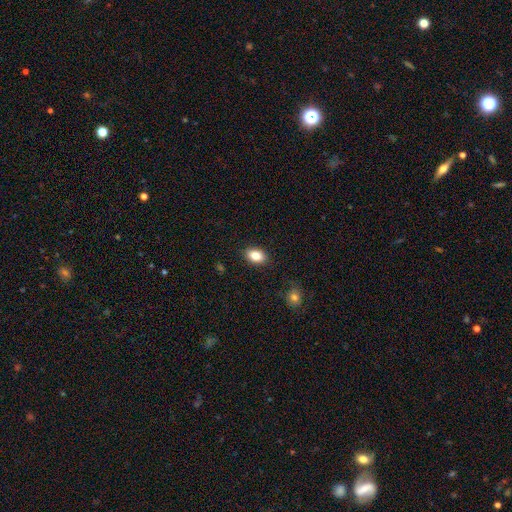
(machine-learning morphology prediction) smooth-or-featured: smooth: 83% | star or artifact: 9% | featured or disk: 9%
  how-rounded: in between: 82% | round: 17% | cigar-shaped: 1%
  merging: none: 88% | minor disturbance: 9% | major disturbance: 2% | merger: 1%